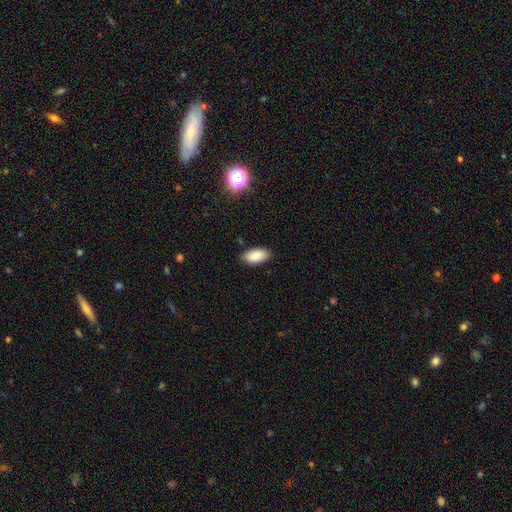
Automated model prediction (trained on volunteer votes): smooth-or-featured: smooth: 87% | star or artifact: 7% | featured or disk: 5%
  how-rounded: in between: 94% | cigar-shaped: 4% | round: 2%
  merging: none: 87% | minor disturbance: 10% | major disturbance: 2% | merger: 1%